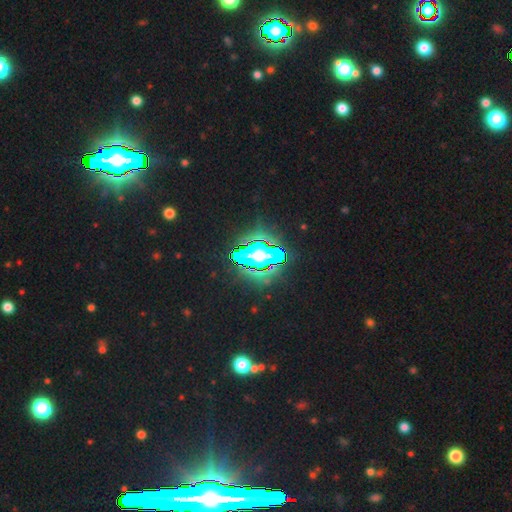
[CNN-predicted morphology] Smooth or featured?
  - star or artifact: 81% *
  - smooth: 10%
  - featured or disk: 9%